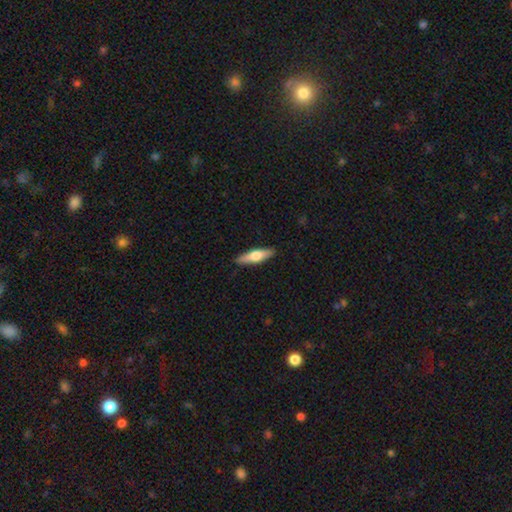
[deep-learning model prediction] This is possibly a smooth galaxy (51%). How rounded: likely cigar-shaped (67%). Merging: clearly none (90%).